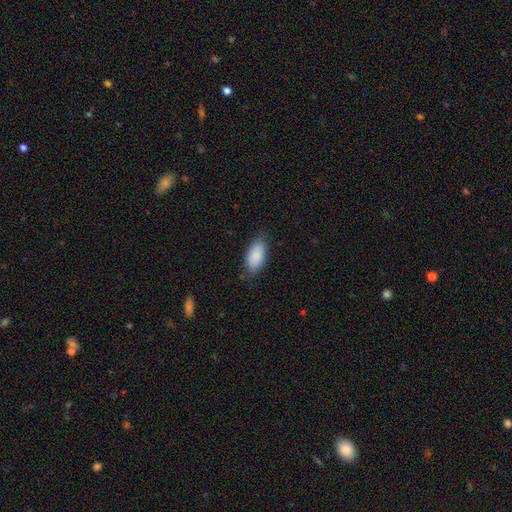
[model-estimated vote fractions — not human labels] smooth_or_featured: smooth (p=0.88) [alt: star or artifact p=0.06]
how_rounded: in between (p=0.91) [alt: cigar-shaped p=0.07]
merging: none (p=0.78) [alt: minor disturbance p=0.18]